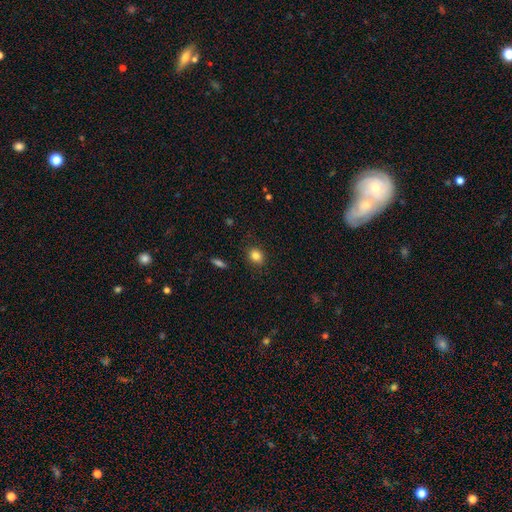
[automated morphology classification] Smooth or featured?
  - smooth: 83% *
  - star or artifact: 11%
  - featured or disk: 6%
How rounded?
  - round: 59% *
  - in between: 39%
  - cigar-shaped: 1%
Merging?
  - none: 86% *
  - minor disturbance: 10%
  - major disturbance: 3%
  - merger: 1%